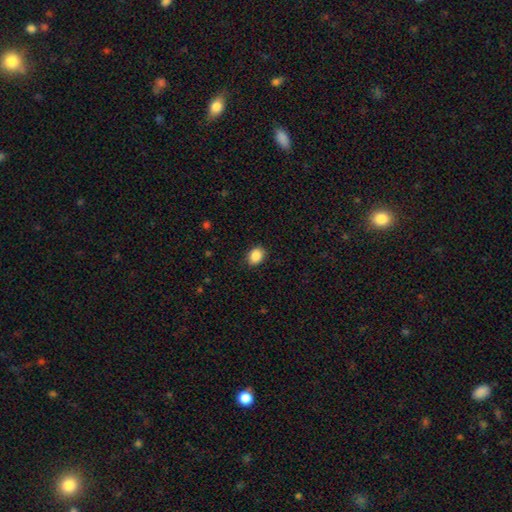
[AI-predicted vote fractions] This is clearly a smooth galaxy (88%). How rounded: possibly in between (56%). Merging: clearly none (87%).